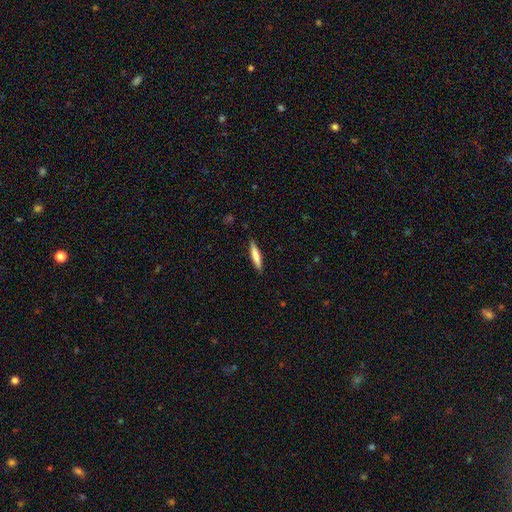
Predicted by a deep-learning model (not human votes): Q: Smooth or featured?
A: smooth (73%); runner-up: featured or disk (21%)
Q: How rounded?
A: cigar-shaped (89%); runner-up: in between (10%)
Q: Merging?
A: none (89%); runner-up: minor disturbance (8%)